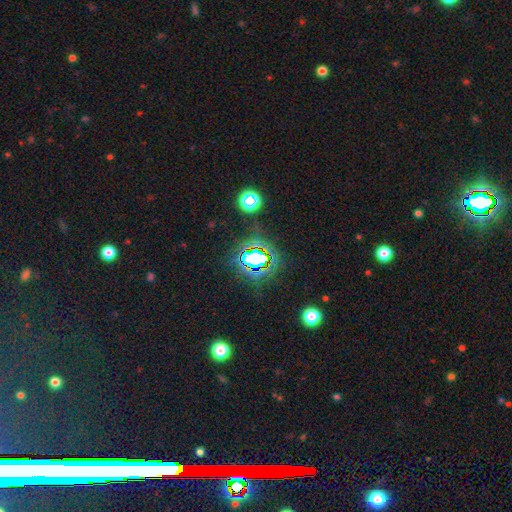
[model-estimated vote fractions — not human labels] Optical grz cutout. It shows a star or artifact, not a galaxy (80%).